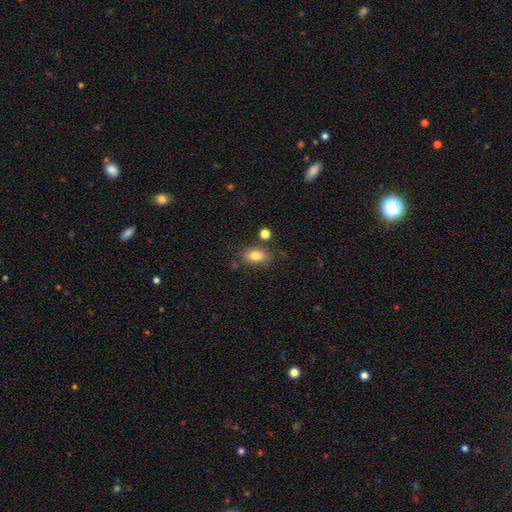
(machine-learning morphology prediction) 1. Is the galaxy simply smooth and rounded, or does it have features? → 80% smooth, 11% featured or disk, 9% star or artifact.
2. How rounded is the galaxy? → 85% in between, 10% round, 5% cigar-shaped.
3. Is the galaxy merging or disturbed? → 75% none, 15% minor disturbance, 6% merger, 4% major disturbance.